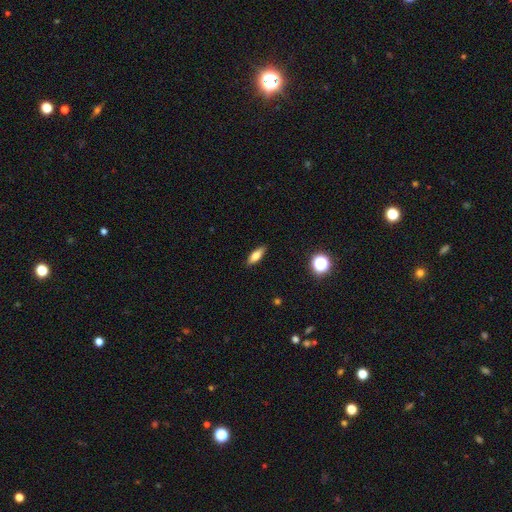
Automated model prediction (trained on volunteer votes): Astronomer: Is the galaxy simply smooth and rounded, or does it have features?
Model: smooth — 71%.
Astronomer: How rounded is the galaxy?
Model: in between — 59% (runner-up: cigar-shaped, 37%).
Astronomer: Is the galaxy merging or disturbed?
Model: none — 89%.